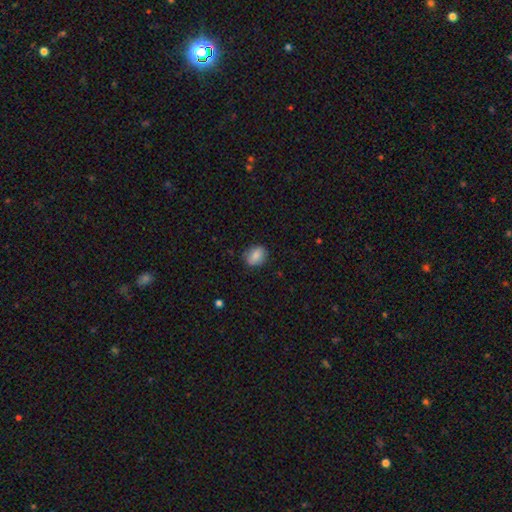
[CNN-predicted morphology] Q: Smooth or featured?
A: smooth (81%); runner-up: featured or disk (12%)
Q: How rounded?
A: in between (50%); runner-up: round (48%)
Q: Merging?
A: none (79%); runner-up: minor disturbance (16%)